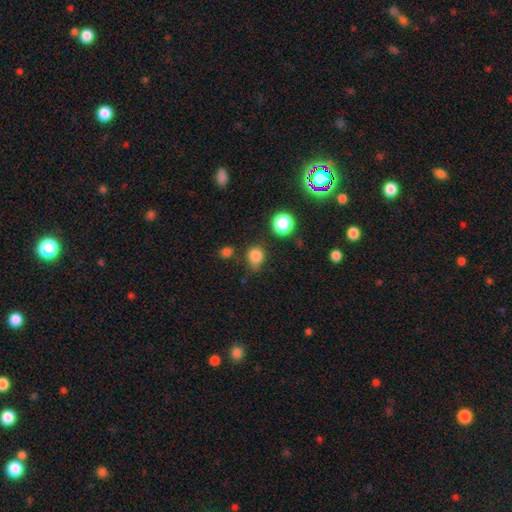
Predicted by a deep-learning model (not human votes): Morphology: type=smooth (81%); roundness=round (72%); merging=none (64%).